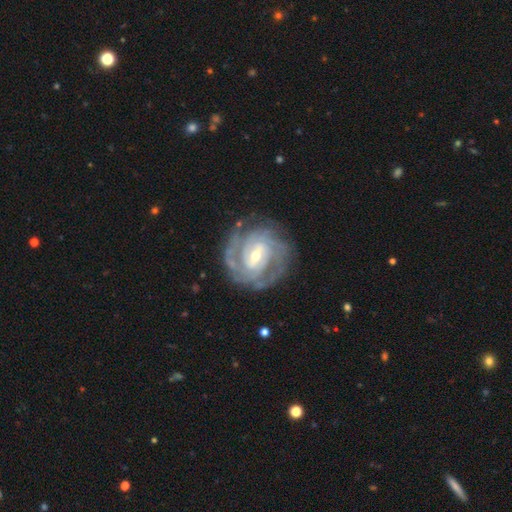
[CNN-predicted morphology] Overall: featured or disk (91%). Edge-on disk: no (98%). Bar: weak (52%; strong 28%). Spiral arms: yes (98%). Spiral arm count: 2 (28%; 3 27%). Spiral winding: tight (72%). Bulge size: moderate (49%; small 46%). Merging: none (79%).